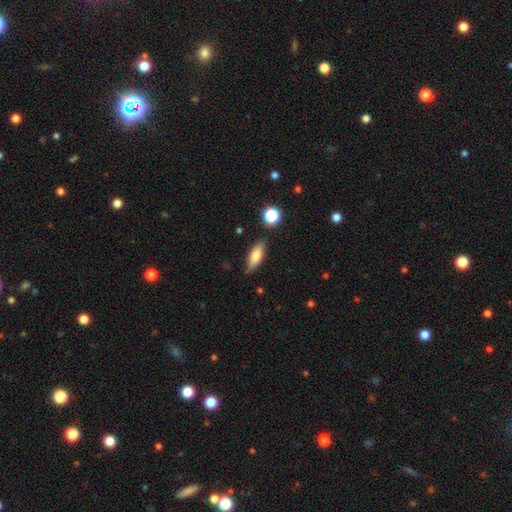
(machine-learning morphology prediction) Smooth or featured? Predicted: smooth (p=0.76). How rounded? Predicted: in between (p=0.68). Merging? Predicted: none (p=0.80).